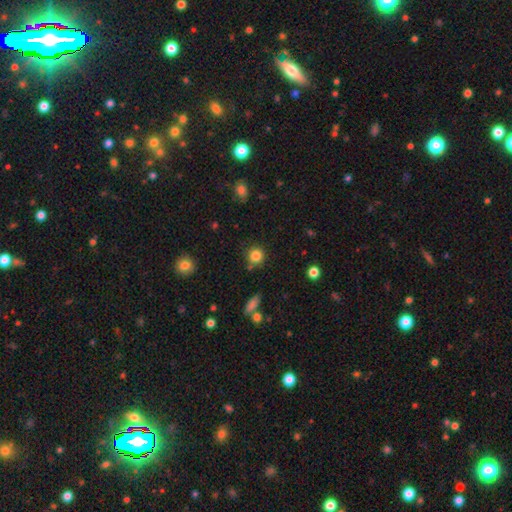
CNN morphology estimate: type=smooth (84%); roundness=round (91%); merging=none (82%).